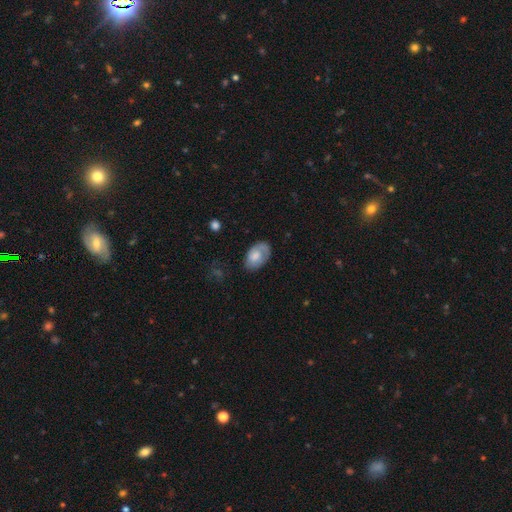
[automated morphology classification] type=smooth (64%); roundness=in between (91%); merging=none (66%).